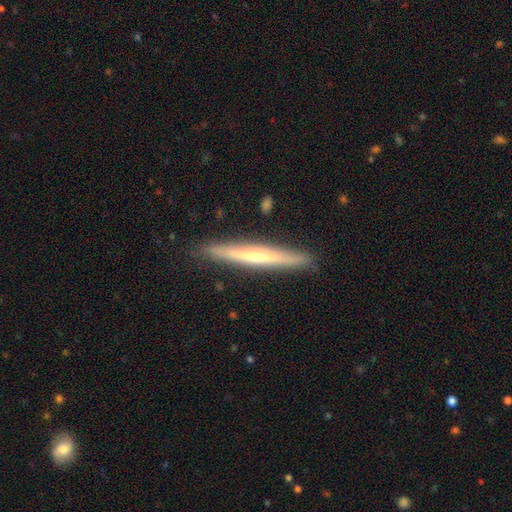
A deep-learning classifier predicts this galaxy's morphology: Smooth or featured? featured or disk (60%)
Edge-on disk? yes (96%)
Edge-on bulge? rounded (47%)
Merging? none (90%)